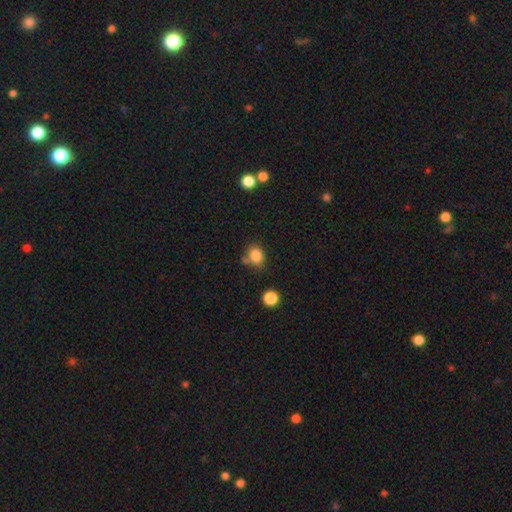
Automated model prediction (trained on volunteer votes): Smooth or featured?
  - smooth: 84% *
  - star or artifact: 11%
  - featured or disk: 6%
How rounded?
  - in between: 51% *
  - round: 48%
  - cigar-shaped: 1%
Merging?
  - none: 62% *
  - minor disturbance: 17%
  - merger: 15%
  - major disturbance: 5%